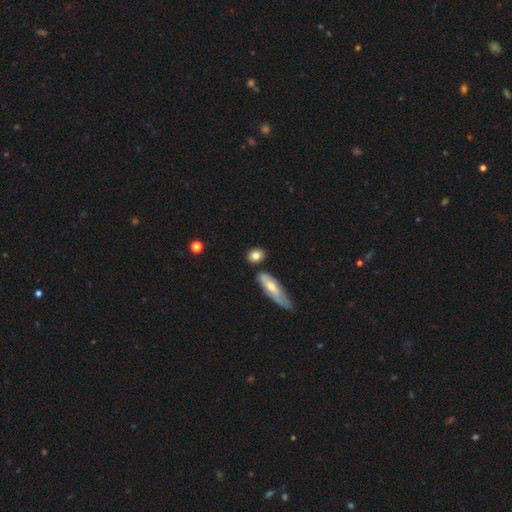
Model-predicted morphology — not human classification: Smooth or featured: smooth — 81% (featured or disk — 12%)
How rounded: round — 52% (in between — 40%)
Merging: none — 74% (minor disturbance — 13%)